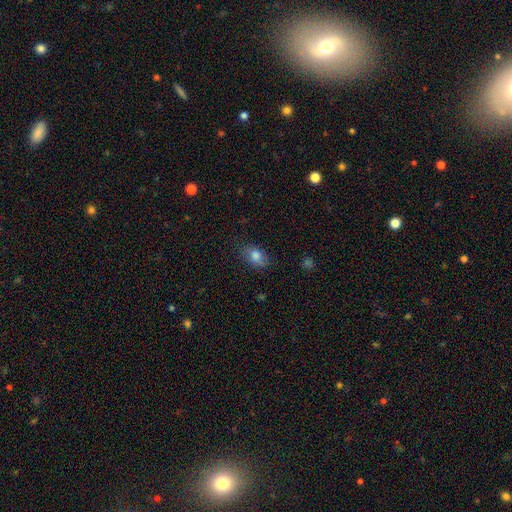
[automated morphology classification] This is likely a smooth galaxy (78%). How rounded: clearly in between (85%). Merging: likely none (75%).